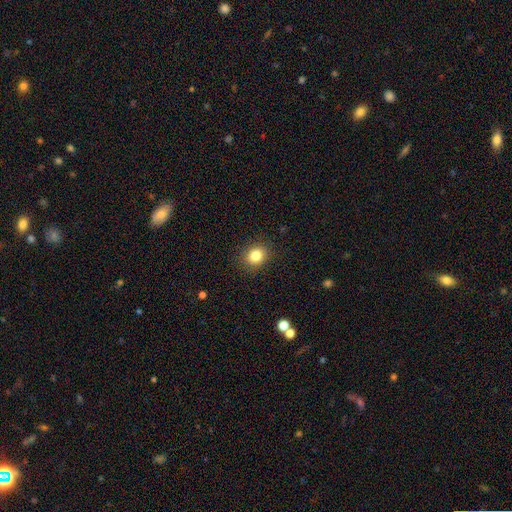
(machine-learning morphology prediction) Smooth or featured: smooth — 83% (star or artifact — 11%)
How rounded: round — 64% (in between — 35%)
Merging: none — 88% (minor disturbance — 8%)